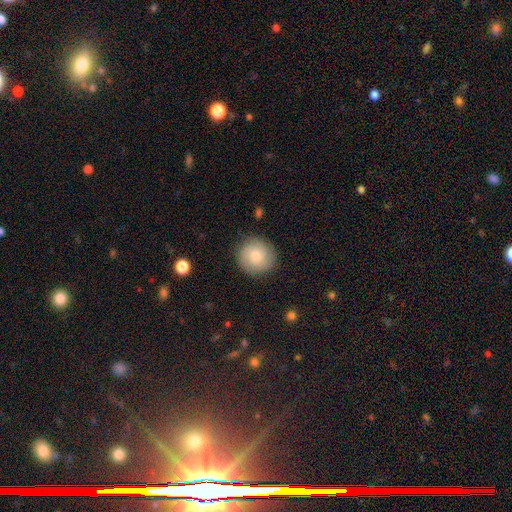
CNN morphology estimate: Smooth or featured? smooth (66%)
How rounded? round (94%)
Merging? none (87%)